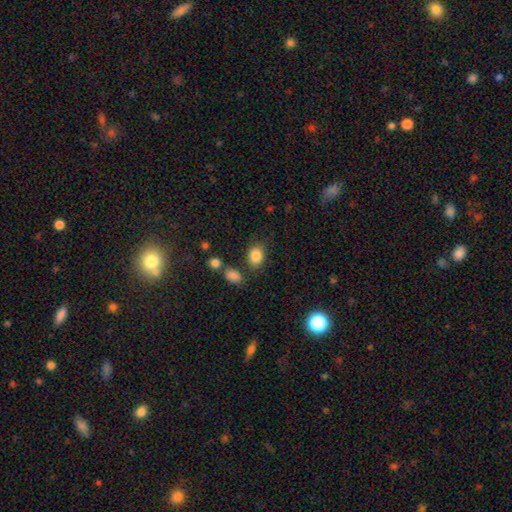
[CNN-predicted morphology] smooth_or_featured: smooth (p=0.85) [alt: star or artifact p=0.10]
how_rounded: in between (p=0.62) [alt: round p=0.37]
merging: none (p=0.75) [alt: minor disturbance p=0.14]